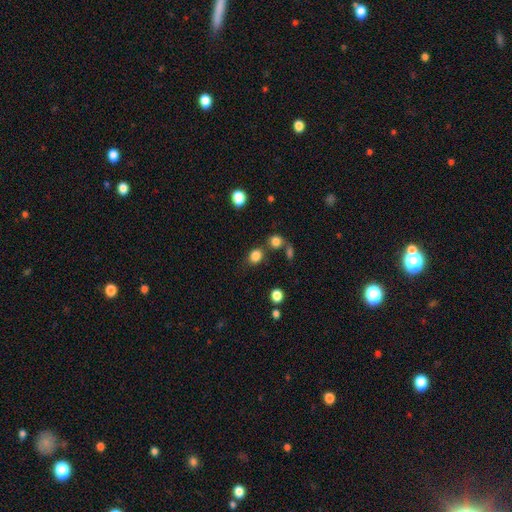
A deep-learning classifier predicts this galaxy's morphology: Smooth or featured? Predicted: smooth (p=0.83). How rounded? Predicted: round (p=0.59). Merging? Predicted: none (p=0.68).